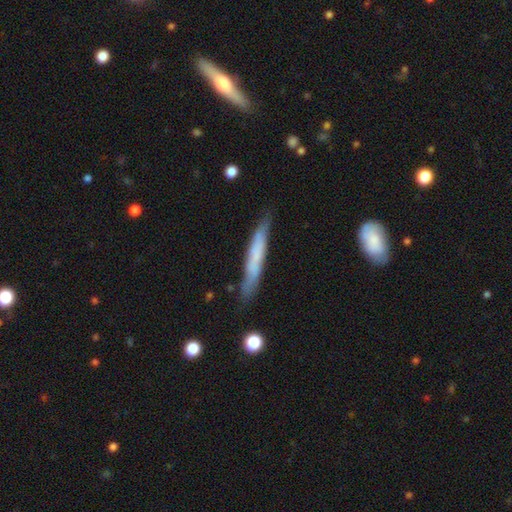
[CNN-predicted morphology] Smooth or featured?
  - smooth: 56% *
  - featured or disk: 38%
  - star or artifact: 6%
How rounded?
  - cigar-shaped: 94% *
  - in between: 5%
  - round: 1%
Merging?
  - none: 76% *
  - minor disturbance: 18%
  - major disturbance: 3%
  - merger: 2%